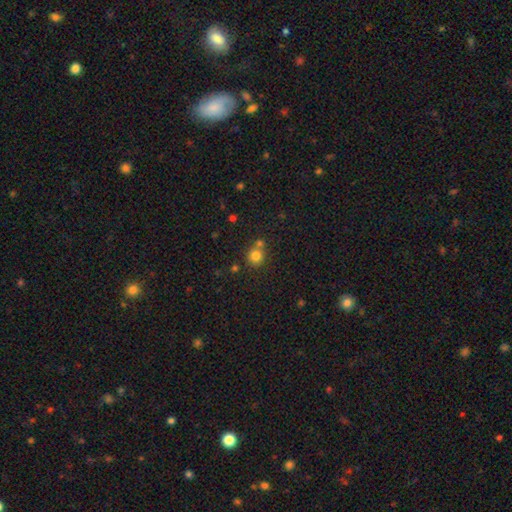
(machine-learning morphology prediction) smooth-or-featured: smooth: 80% | star or artifact: 13% | featured or disk: 6%
  how-rounded: round: 89% | in between: 10% | cigar-shaped: 1%
  merging: none: 63% | merger: 26% | minor disturbance: 8% | major disturbance: 3%